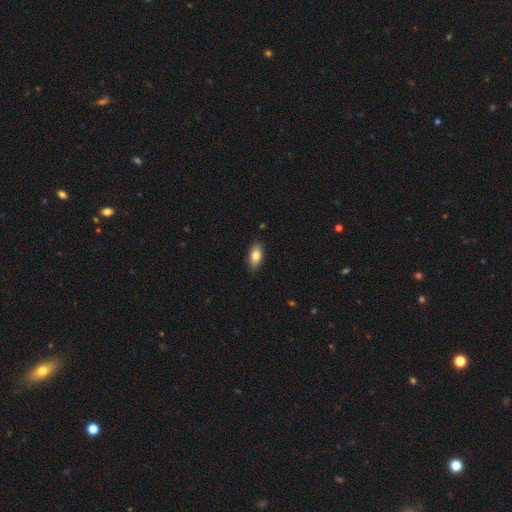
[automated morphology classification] smooth_or_featured: smooth (p=0.81) [alt: featured or disk p=0.12]
how_rounded: in between (p=0.90) [alt: cigar-shaped p=0.06]
merging: none (p=0.88) [alt: minor disturbance p=0.09]